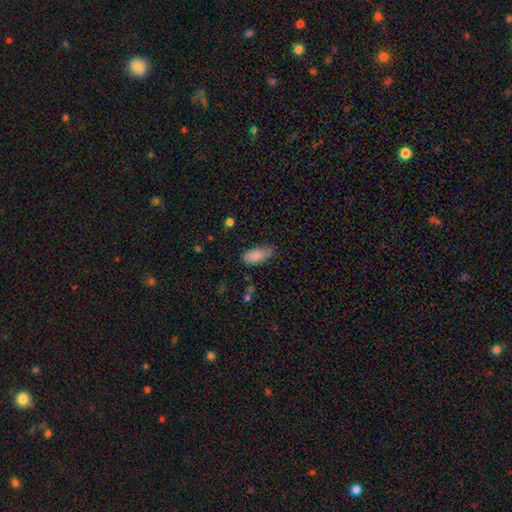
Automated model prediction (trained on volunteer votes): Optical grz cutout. It shows a smooth galaxy with no disk features (83%) that is in between round and cigar-shaped (90%). Merging: none (63%).